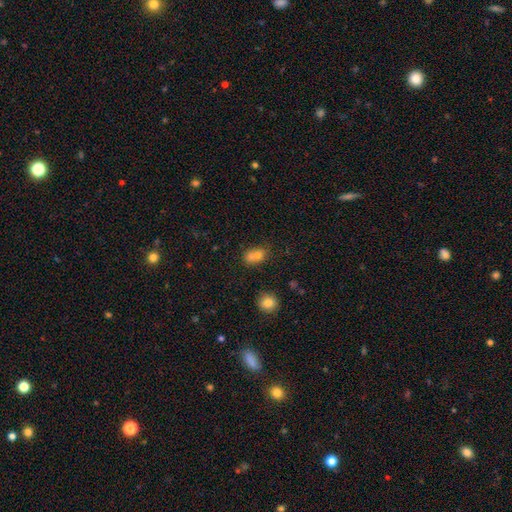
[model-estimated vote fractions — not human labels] Smooth or featured? Predicted: smooth (p=0.74). How rounded? Predicted: in between (p=0.65). Merging? Predicted: merger (p=0.46).